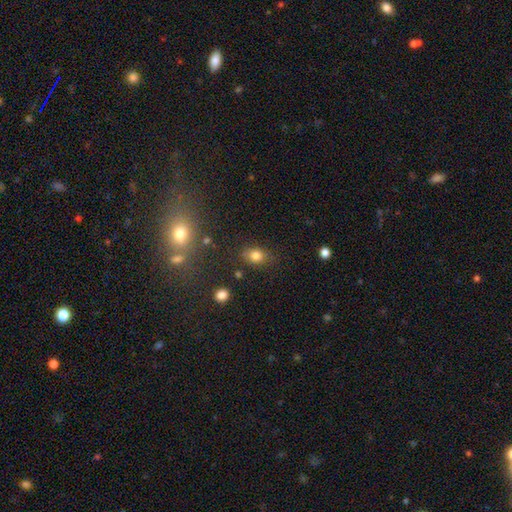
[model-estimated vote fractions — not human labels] Overall: smooth (80%). How rounded: in between (57%; round 41%). Merging: none (76%).